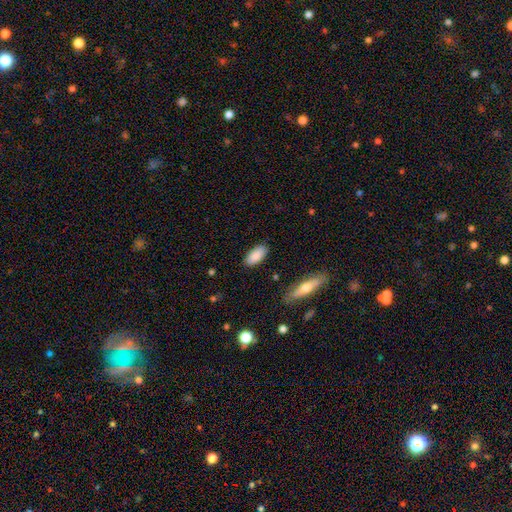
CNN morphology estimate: Q: Smooth or featured?
A: smooth (87%); runner-up: featured or disk (7%)
Q: How rounded?
A: in between (89%); runner-up: cigar-shaped (9%)
Q: Merging?
A: none (86%); runner-up: minor disturbance (10%)